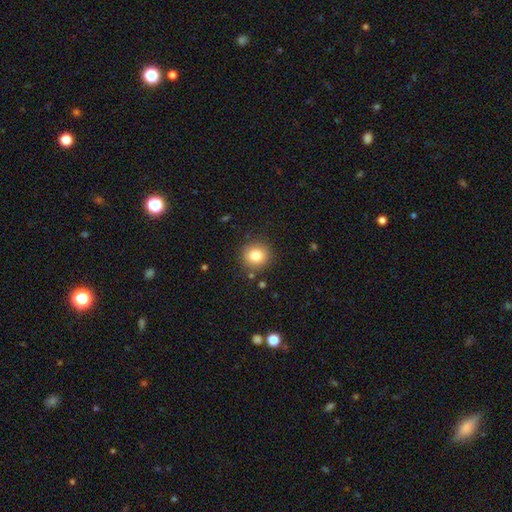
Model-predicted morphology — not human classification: smooth-or-featured: smooth: 82% | star or artifact: 11% | featured or disk: 7%
  how-rounded: round: 90% | in between: 9% | cigar-shaped: 1%
  merging: none: 87% | minor disturbance: 8% | major disturbance: 3% | merger: 2%